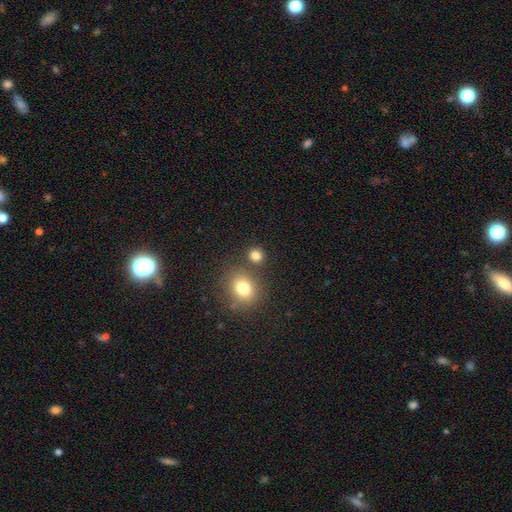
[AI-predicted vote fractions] Smooth or featured?
  - smooth: 81% *
  - star or artifact: 13%
  - featured or disk: 6%
How rounded?
  - round: 84% *
  - in between: 15%
  - cigar-shaped: 1%
Merging?
  - none: 77% *
  - merger: 12%
  - minor disturbance: 8%
  - major disturbance: 3%